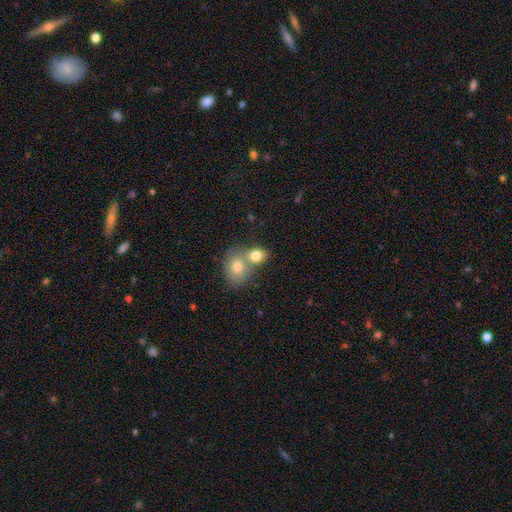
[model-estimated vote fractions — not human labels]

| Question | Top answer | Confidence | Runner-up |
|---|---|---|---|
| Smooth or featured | smooth | 78% | featured or disk (14%) |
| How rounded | in between | 52% | round (47%) |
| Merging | merger | 63% | none (27%) |